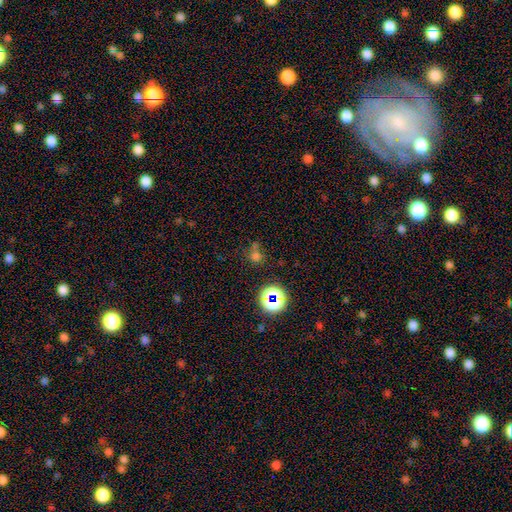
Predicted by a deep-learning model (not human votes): This is possibly a smooth galaxy (58%). How rounded: clearly round (83%). Merging: possibly none (56%).